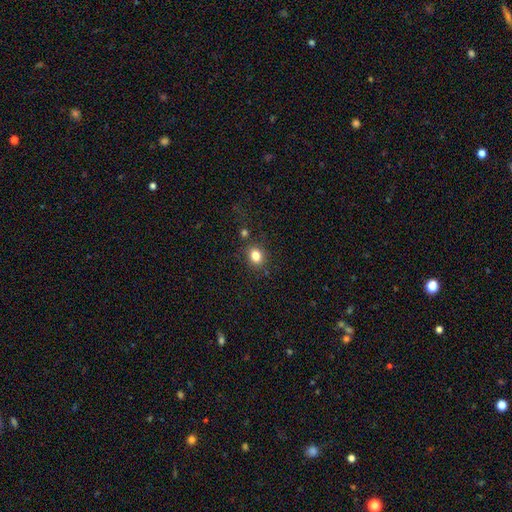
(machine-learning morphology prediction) Smooth or featured? Predicted: smooth (p=0.82). How rounded? Predicted: round (p=0.65). Merging? Predicted: none (p=0.79).